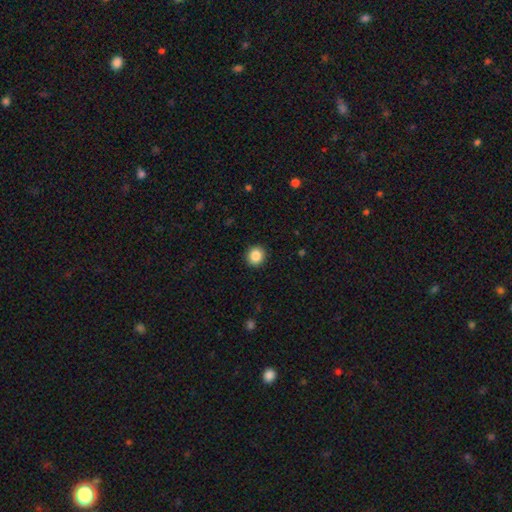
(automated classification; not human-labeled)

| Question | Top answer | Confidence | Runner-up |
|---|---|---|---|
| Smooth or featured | smooth | 86% | star or artifact (9%) |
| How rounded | round | 84% | in between (15%) |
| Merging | none | 92% | minor disturbance (5%) |